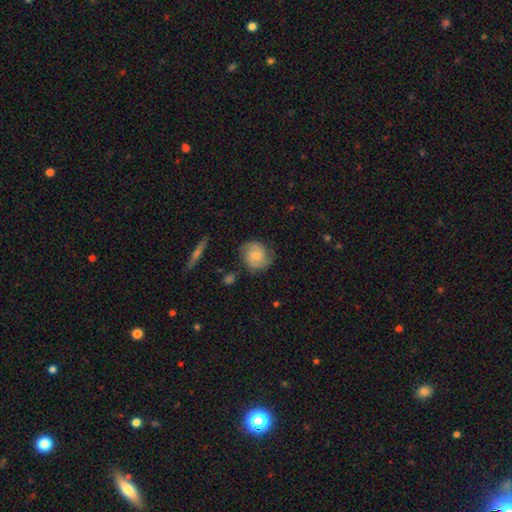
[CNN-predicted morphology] A featured or disk galaxy (51%). Merging: none (75%).